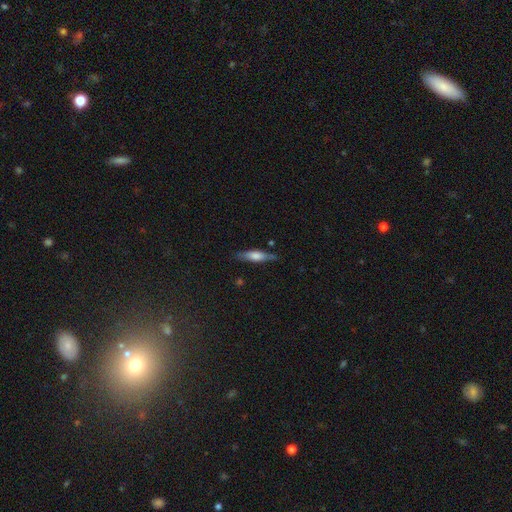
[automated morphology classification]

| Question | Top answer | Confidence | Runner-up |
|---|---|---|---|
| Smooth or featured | smooth | 55% | featured or disk (38%) |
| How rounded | cigar-shaped | 70% | in between (28%) |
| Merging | none | 77% | minor disturbance (17%) |